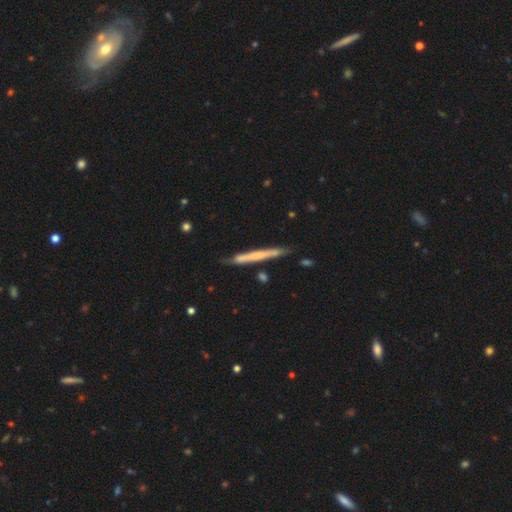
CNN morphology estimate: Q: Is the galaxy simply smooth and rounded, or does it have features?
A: smooth — 54%.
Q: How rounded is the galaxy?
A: cigar-shaped — 97%.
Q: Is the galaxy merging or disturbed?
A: none — 81%.